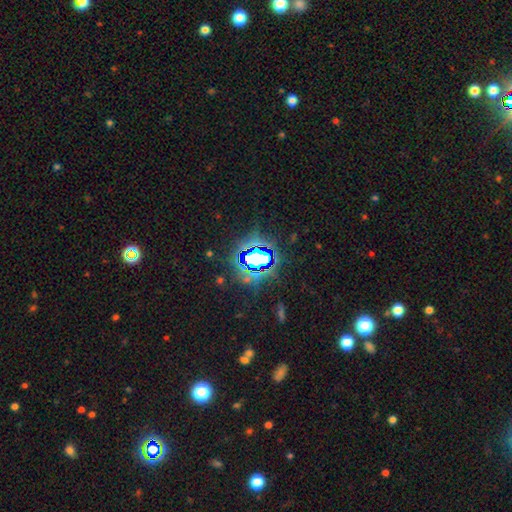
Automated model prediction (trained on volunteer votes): This is likely a star or artifact rather than a galaxy (78%).